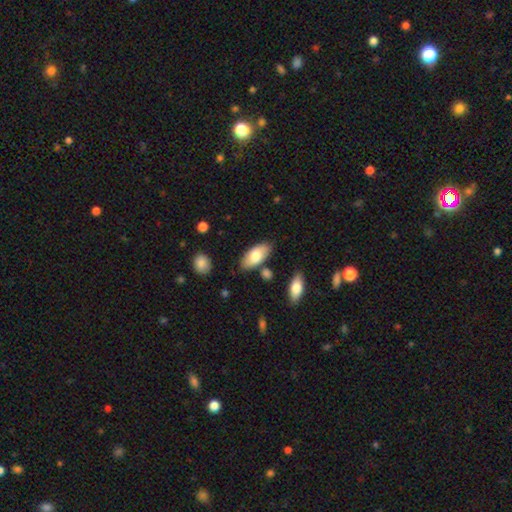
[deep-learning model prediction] This is likely a smooth galaxy (75%). How rounded: clearly in between (92%). Merging: likely none (80%).